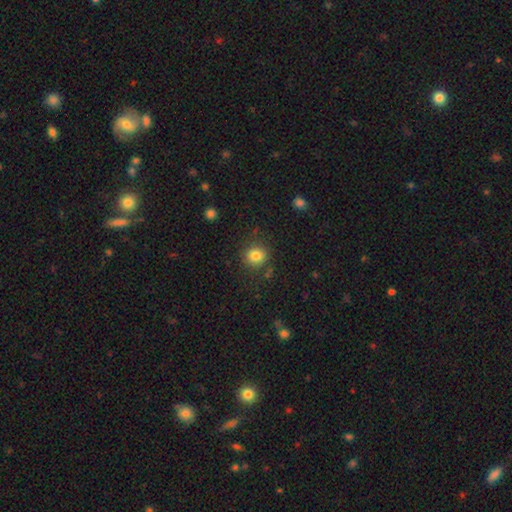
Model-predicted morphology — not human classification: Smooth or featured?
  - smooth: 83% *
  - star or artifact: 11%
  - featured or disk: 6%
How rounded?
  - round: 84% *
  - in between: 15%
  - cigar-shaped: 1%
Merging?
  - none: 85% *
  - minor disturbance: 9%
  - major disturbance: 3%
  - merger: 3%